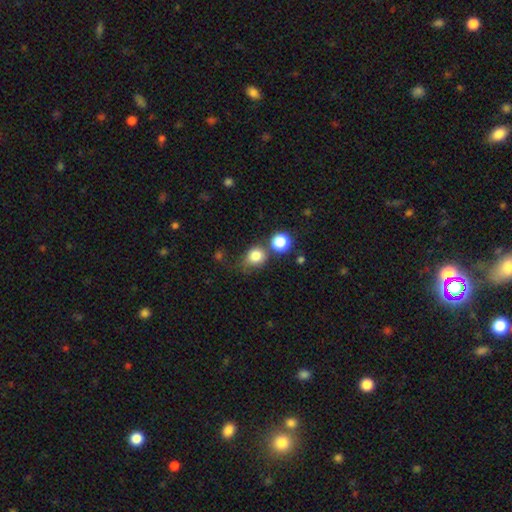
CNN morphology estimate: smooth 81%, star or artifact 11%, featured or disk 7%. Down the decision tree: how rounded — round (72%); merging — none (51%).